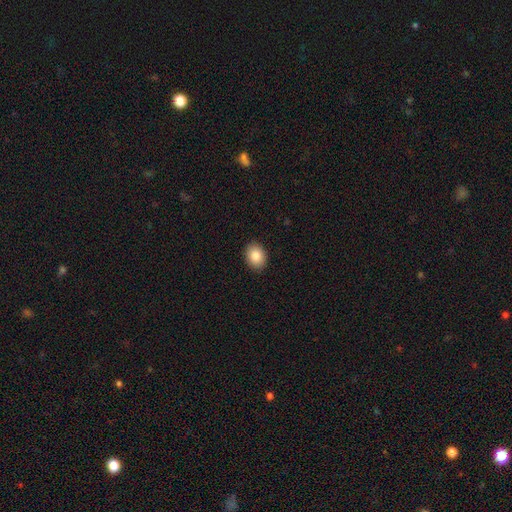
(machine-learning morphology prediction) Smooth or featured? smooth (86%)
How rounded? in between (64%)
Merging? none (91%)